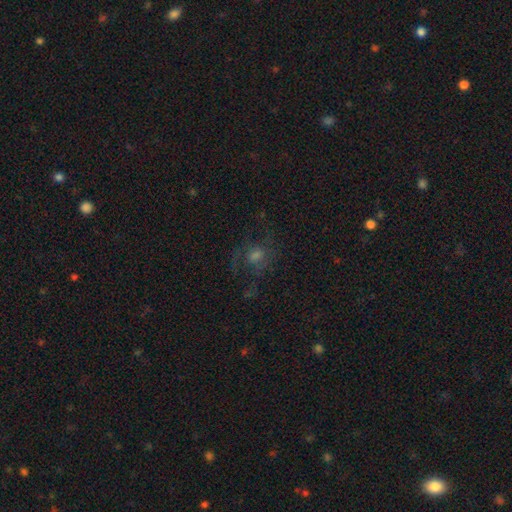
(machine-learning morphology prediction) The model was most divided on "smooth or featured": featured or disk: 47%, smooth: 28%, star or artifact: 25%. More confident: merging — none (57%).